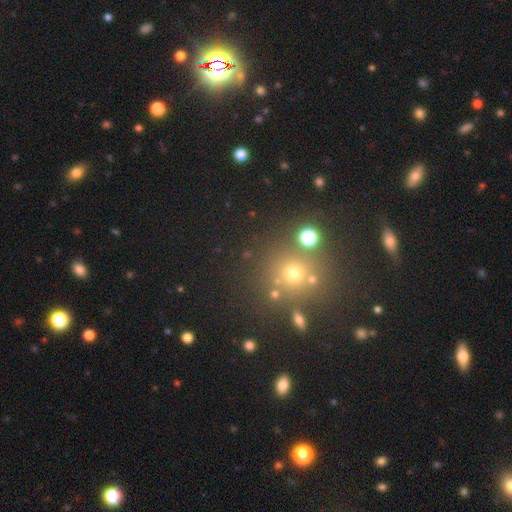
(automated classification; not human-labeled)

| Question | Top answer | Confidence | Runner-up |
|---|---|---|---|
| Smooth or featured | star or artifact | 49% | smooth (41%) |